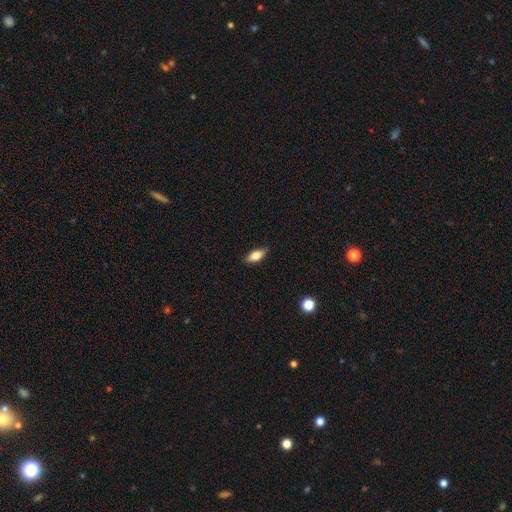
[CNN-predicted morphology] Overall: smooth (73%). How rounded: in between (80%). Merging: none (86%).